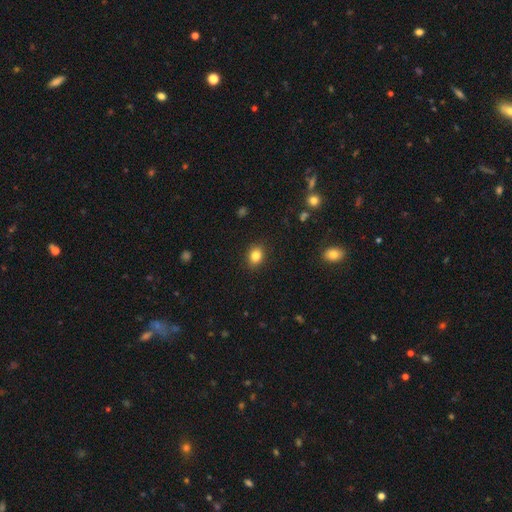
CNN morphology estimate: This is clearly a smooth galaxy (84%). How rounded: possibly round (50%). Merging: clearly none (89%).